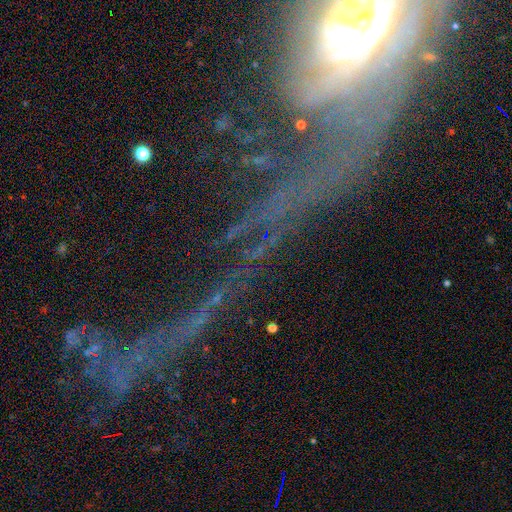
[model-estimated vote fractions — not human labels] Smooth or featured?
  - featured or disk: 58% *
  - star or artifact: 28%
  - smooth: 14%
Edge-on disk?
  - no: 68% *
  - yes: 32%
Merging?
  - major disturbance: 41% *
  - none: 37%
  - minor disturbance: 13%
  - merger: 9%